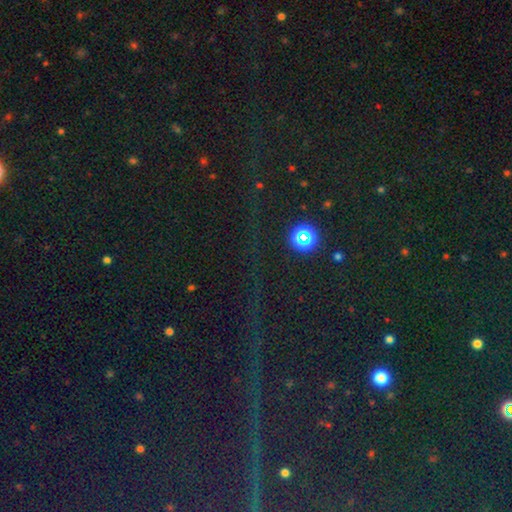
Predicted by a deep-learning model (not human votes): star or artifact 84%, smooth 10%, featured or disk 7%.